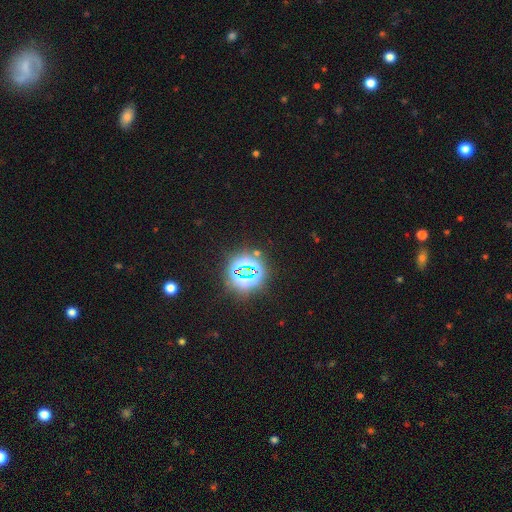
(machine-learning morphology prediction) Smooth or featured? Predicted: star or artifact (p=0.78).